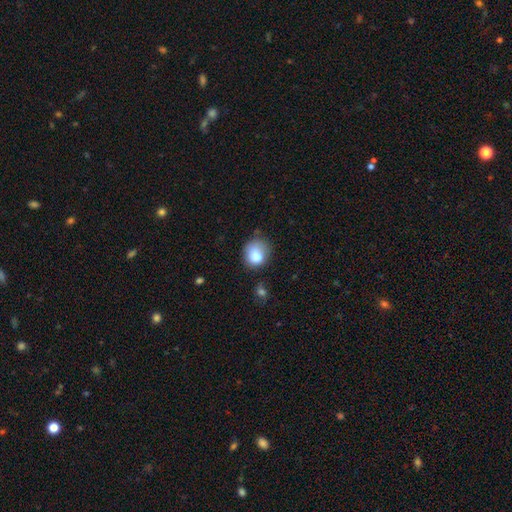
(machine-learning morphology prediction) This is clearly a smooth galaxy (82%). How rounded: likely round (65%). Merging: possibly none (52%).